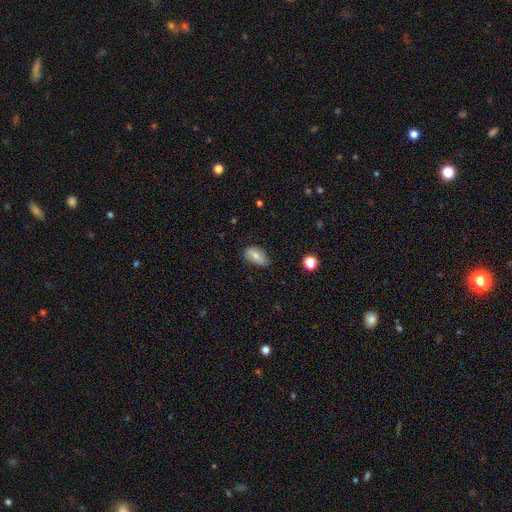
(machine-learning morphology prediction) smooth 65%, featured or disk 26%, star or artifact 9%. Down the decision tree: how rounded — in between (87%); merging — none (61%).